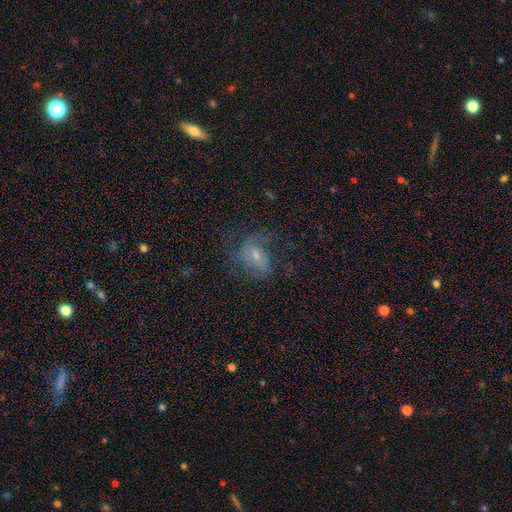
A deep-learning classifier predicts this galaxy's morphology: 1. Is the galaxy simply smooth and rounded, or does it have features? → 50% featured or disk, 36% smooth, 14% star or artifact.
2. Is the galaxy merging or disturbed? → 47% none, 30% major disturbance, 21% minor disturbance, 2% merger.